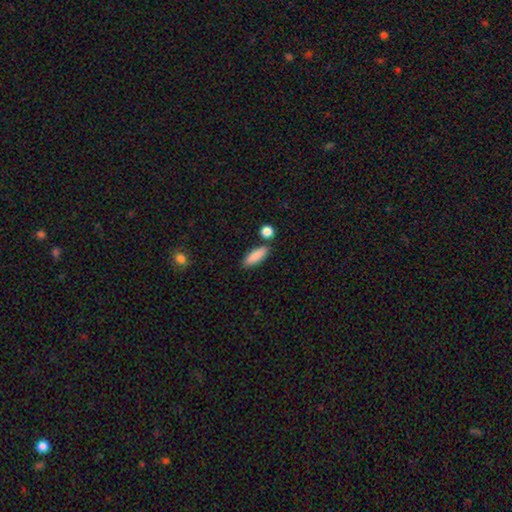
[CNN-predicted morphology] smooth-or-featured: smooth: 88% | star or artifact: 6% | featured or disk: 6%
  how-rounded: in between: 65% | cigar-shaped: 32% | round: 3%
  merging: none: 79% | minor disturbance: 11% | merger: 8% | major disturbance: 3%